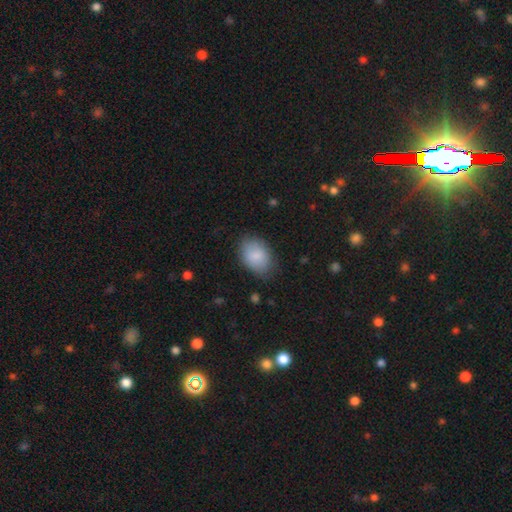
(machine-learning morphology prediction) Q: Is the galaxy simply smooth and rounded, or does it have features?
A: smooth — 86%.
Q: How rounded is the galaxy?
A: in between — 84%.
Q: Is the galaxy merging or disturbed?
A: none — 78%.